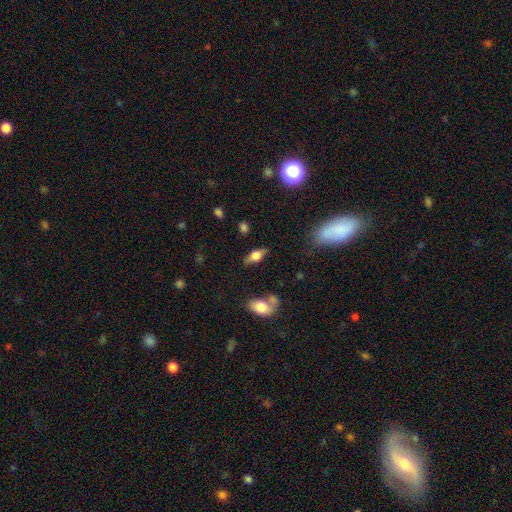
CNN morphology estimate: Smooth or featured? Predicted: smooth (p=0.50). Merging? Predicted: none (p=0.75).